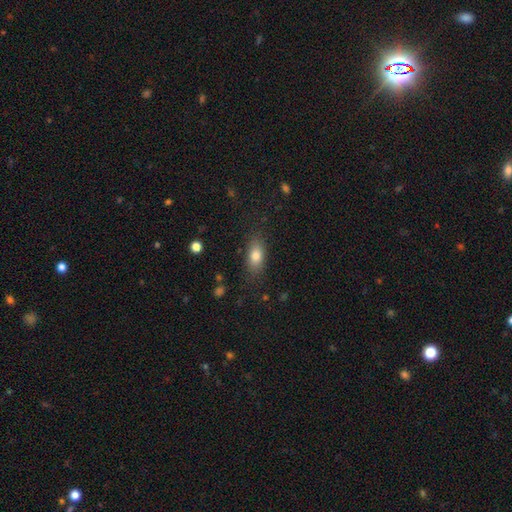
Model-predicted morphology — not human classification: smooth_or_featured: smooth (p=0.79) [alt: featured or disk p=0.12]
how_rounded: in between (p=0.84) [alt: cigar-shaped p=0.09]
merging: none (p=0.82) [alt: minor disturbance p=0.13]